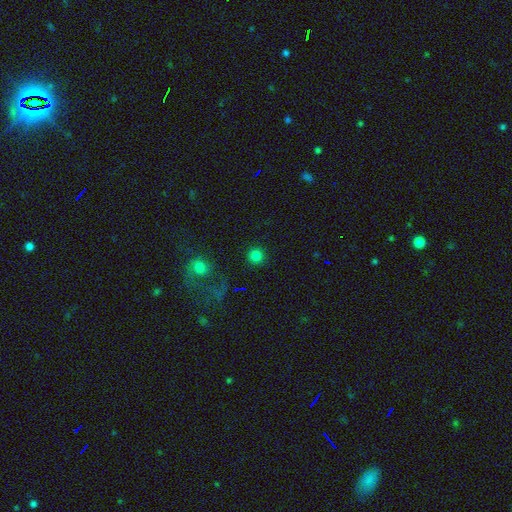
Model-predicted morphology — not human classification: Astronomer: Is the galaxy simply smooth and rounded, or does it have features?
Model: smooth — 82%.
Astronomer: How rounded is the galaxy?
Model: round — 95%.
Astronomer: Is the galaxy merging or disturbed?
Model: none — 91%.